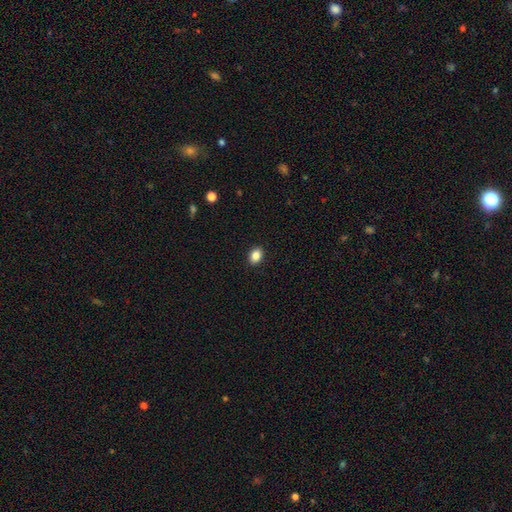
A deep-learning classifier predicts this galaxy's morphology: Q: Smooth or featured?
A: smooth (87%); runner-up: star or artifact (9%)
Q: How rounded?
A: in between (67%); runner-up: round (32%)
Q: Merging?
A: none (91%); runner-up: minor disturbance (7%)